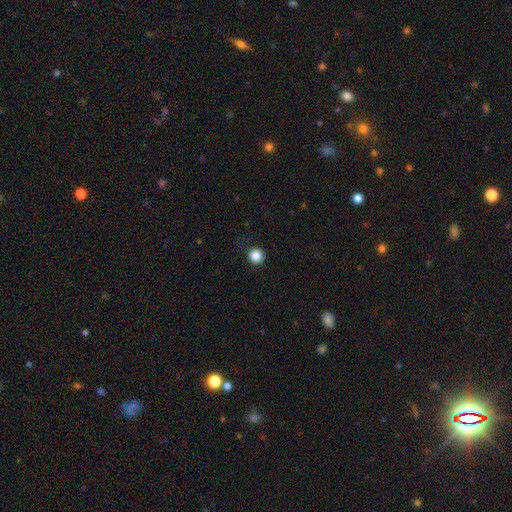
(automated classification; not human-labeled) smooth-or-featured: smooth: 85% | star or artifact: 11% | featured or disk: 4%
  how-rounded: round: 95% | in between: 4% | cigar-shaped: 1%
  merging: none: 90% | minor disturbance: 7% | major disturbance: 2% | merger: 1%